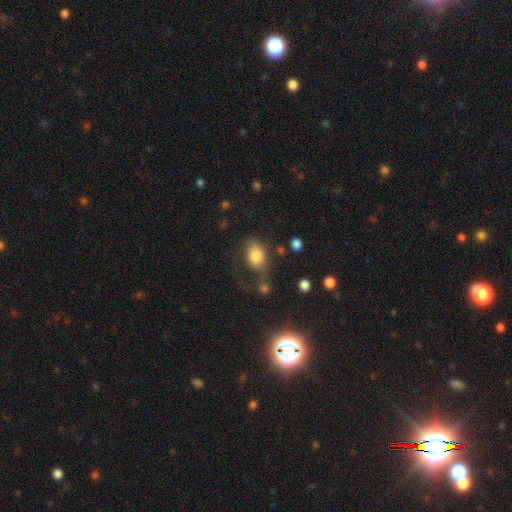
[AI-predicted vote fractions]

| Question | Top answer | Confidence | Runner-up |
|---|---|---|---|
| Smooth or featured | smooth | 80% | featured or disk (12%) |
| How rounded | in between | 77% | round (21%) |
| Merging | none | 45% | major disturbance (23%) |